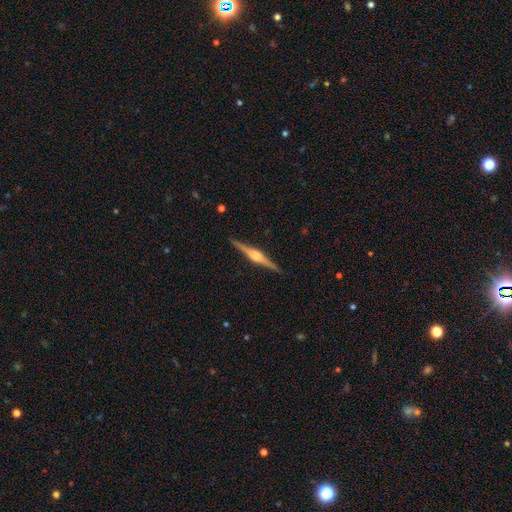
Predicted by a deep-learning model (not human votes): Smooth or featured: featured or disk — 84% (smooth — 11%)
Edge-on disk: yes — 98% (no — 2%)
Edge-on bulge: rounded — 85% (boxy — 12%)
Merging: none — 91% (minor disturbance — 6%)